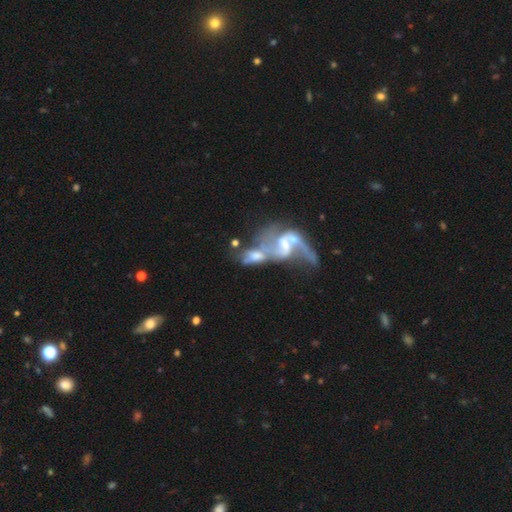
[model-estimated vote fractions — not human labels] This is likely a featured or disk galaxy (71%). It is clearly not viewed edge-on (94%). Bar: marginally no (42%). Spiral arm pattern: likely yes (73%). Central bulge: marginally small (34%, tied with moderate). Merging: likely merger (69%).